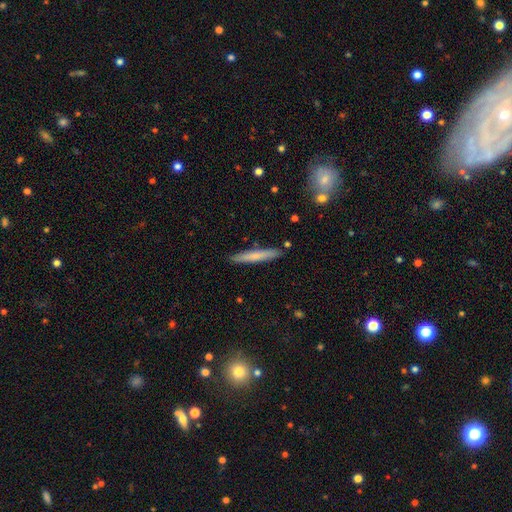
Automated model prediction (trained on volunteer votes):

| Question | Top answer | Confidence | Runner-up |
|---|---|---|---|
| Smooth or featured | smooth | 67% | featured or disk (27%) |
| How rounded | cigar-shaped | 95% | in between (4%) |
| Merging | none | 89% | minor disturbance (8%) |